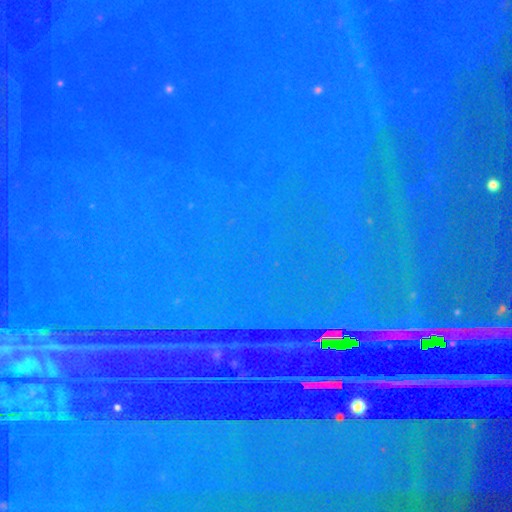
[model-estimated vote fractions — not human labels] A star or artifact, not a galaxy (86%).

Vote fractions:
- Smooth or featured? star or artifact: 86% / featured or disk: 7% / smooth: 7%